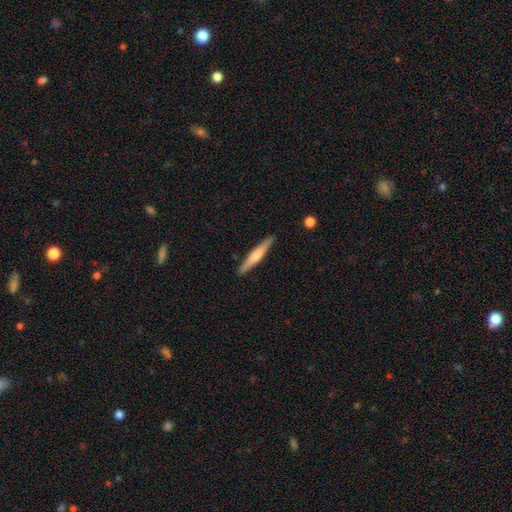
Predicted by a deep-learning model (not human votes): This appears to be a featured or disk galaxy (52%) viewed edge-on (97%) with a rounded central bulge (70%). Merging: none (91%).